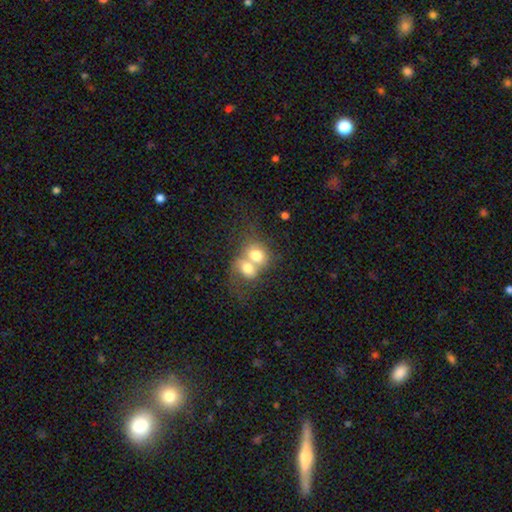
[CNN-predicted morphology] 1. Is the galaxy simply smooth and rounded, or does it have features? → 70% smooth, 21% featured or disk, 9% star or artifact.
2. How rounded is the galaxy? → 55% round, 44% in between, 1% cigar-shaped.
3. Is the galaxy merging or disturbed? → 79% merger, 13% none, 4% minor disturbance, 4% major disturbance.